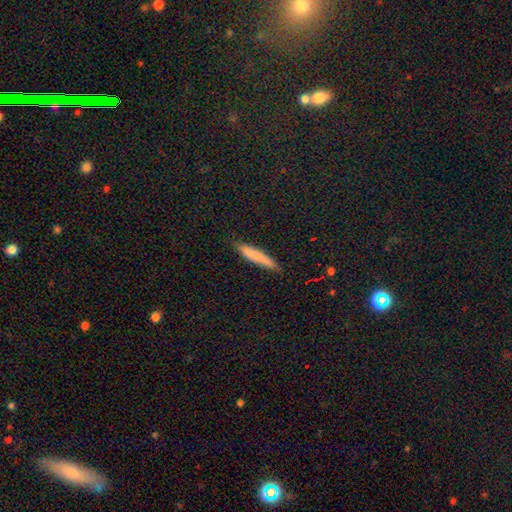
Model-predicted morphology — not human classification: This is likely a smooth galaxy (77%). How rounded: clearly cigar-shaped (91%). Merging: clearly none (84%).